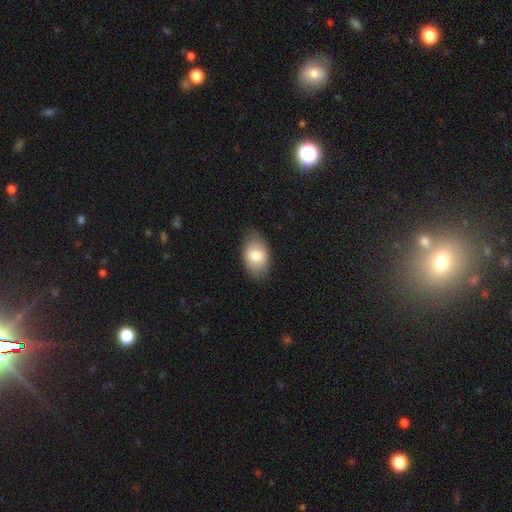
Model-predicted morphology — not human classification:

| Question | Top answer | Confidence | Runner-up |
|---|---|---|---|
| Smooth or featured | smooth | 80% | featured or disk (13%) |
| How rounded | in between | 90% | round (9%) |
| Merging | none | 82% | minor disturbance (14%) |